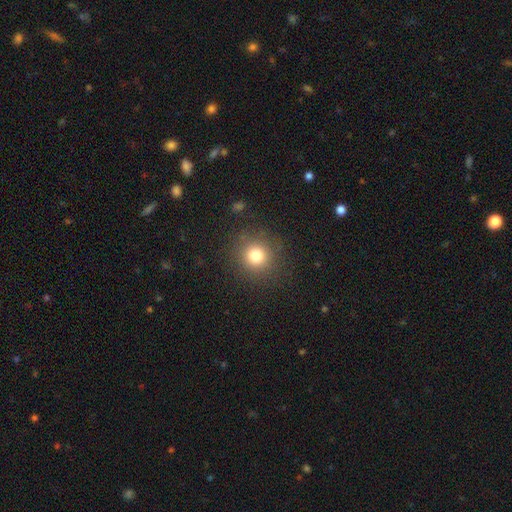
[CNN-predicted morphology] smooth-or-featured: smooth: 78% | star or artifact: 14% | featured or disk: 8%
  how-rounded: round: 92% | in between: 7% | cigar-shaped: 1%
  merging: none: 87% | minor disturbance: 8% | major disturbance: 4% | merger: 1%